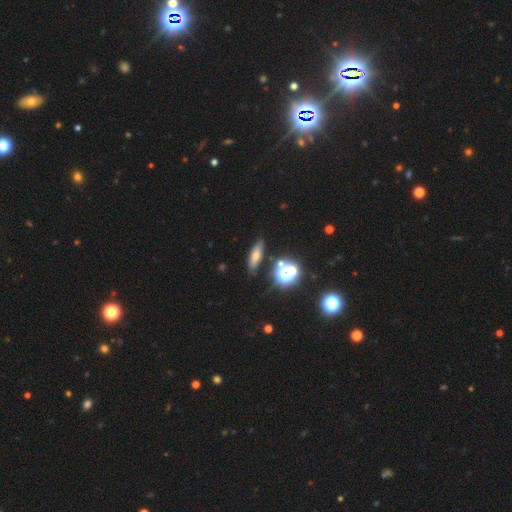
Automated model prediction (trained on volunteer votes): A smooth galaxy with no disk features (53%) that is cigar-shaped (48%).

Vote fractions:
- Smooth or featured? smooth: 53% / featured or disk: 24% / star or artifact: 23%
- How rounded? cigar-shaped: 48% / in between: 39% / round: 13%
- Merging? none: 83% / minor disturbance: 10% / merger: 4% / major disturbance: 3%